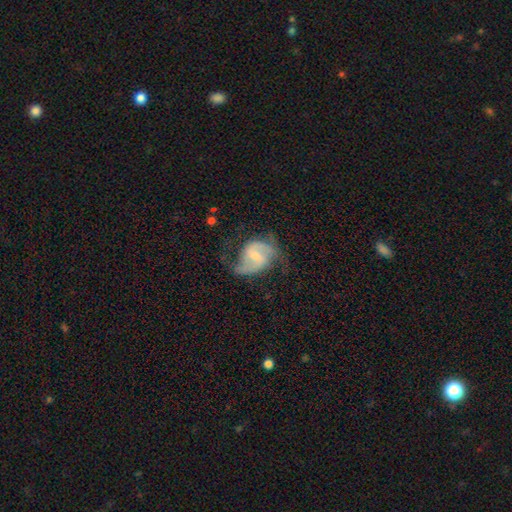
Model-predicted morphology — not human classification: Overall: featured or disk (80%). Edge-on disk: no (98%). Bar: weak (57%; no 25%). Spiral arms: yes (94%). Spiral arm count: 2 (87%). Spiral winding: medium (47%; loose 39%). Bulge size: small (48%; moderate 35%). Merging: none (58%; minor disturbance 24%).